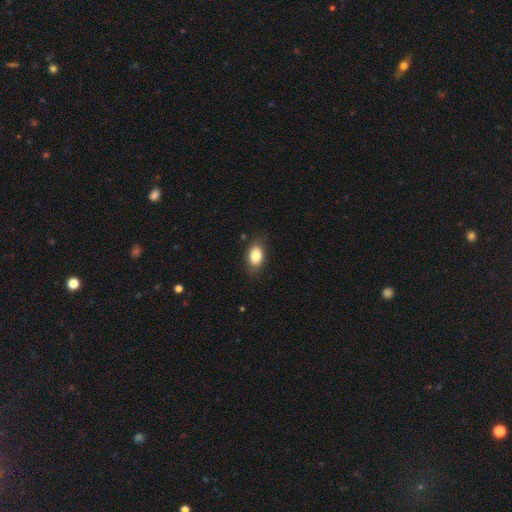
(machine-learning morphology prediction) Smooth or featured?
  - smooth: 82% *
  - featured or disk: 10%
  - star or artifact: 8%
How rounded?
  - in between: 83% *
  - round: 15%
  - cigar-shaped: 2%
Merging?
  - none: 81% *
  - minor disturbance: 15%
  - major disturbance: 3%
  - merger: 1%